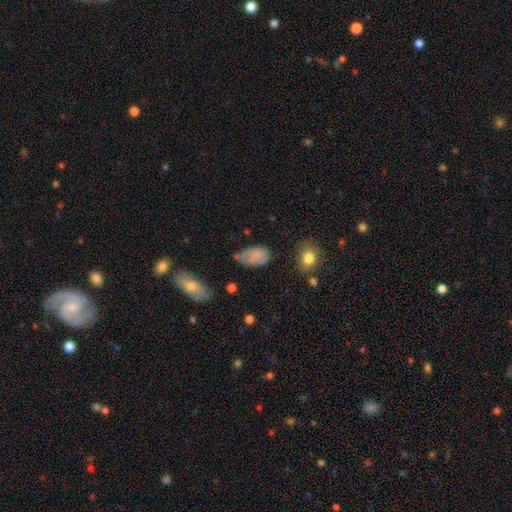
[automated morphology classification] smooth 75%, featured or disk 16%, star or artifact 9%. Down the decision tree: how rounded — in between (91%); merging — none (49%).